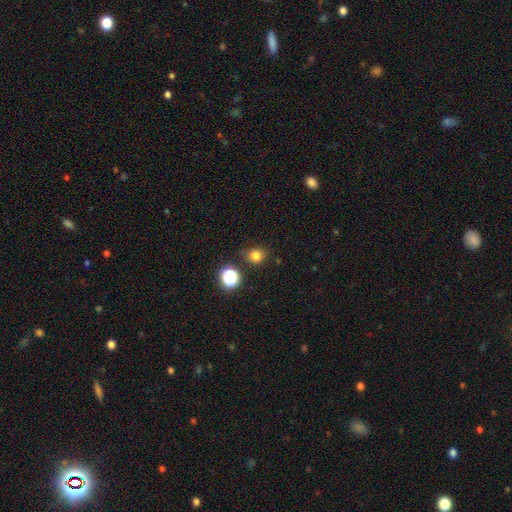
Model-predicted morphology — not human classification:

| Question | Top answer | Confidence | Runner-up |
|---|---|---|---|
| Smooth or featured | smooth | 79% | star or artifact (17%) |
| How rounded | round | 85% | in between (14%) |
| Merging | none | 81% | minor disturbance (12%) |